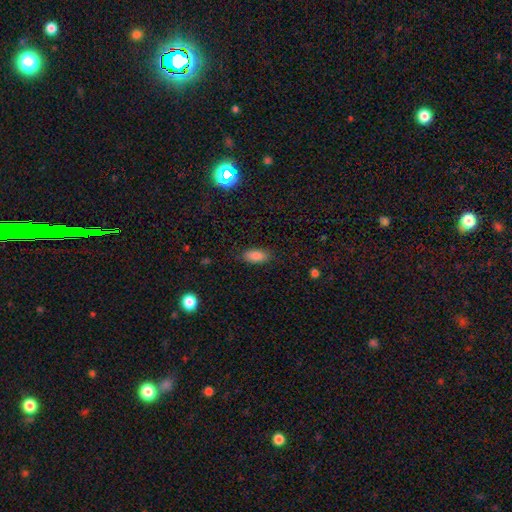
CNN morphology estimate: The model was most divided on "merging": none: 84%, minor disturbance: 12%, major disturbance: 3%, merger: 1%. More confident: how rounded — in between (86%); smooth or featured — smooth (85%).